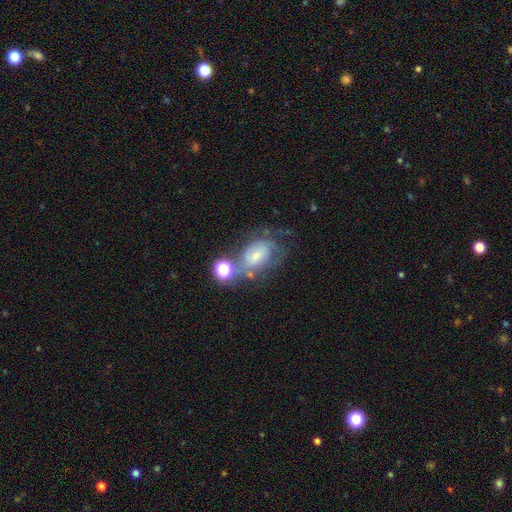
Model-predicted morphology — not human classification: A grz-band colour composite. It shows a featured or disk galaxy (58%) with no bar (61%), spiral arms (69%) and a small central bulge (58%). Merging: none (41%).